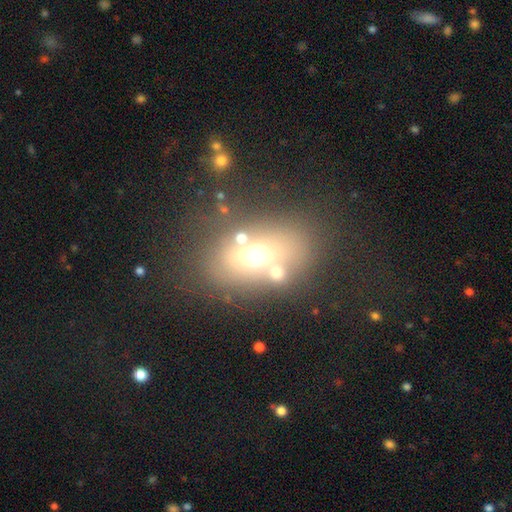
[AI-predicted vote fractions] Smooth or featured: smooth — 55% (featured or disk — 24%)
How rounded: in between — 67% (round — 31%)
Merging: none — 61% (merger — 18%)